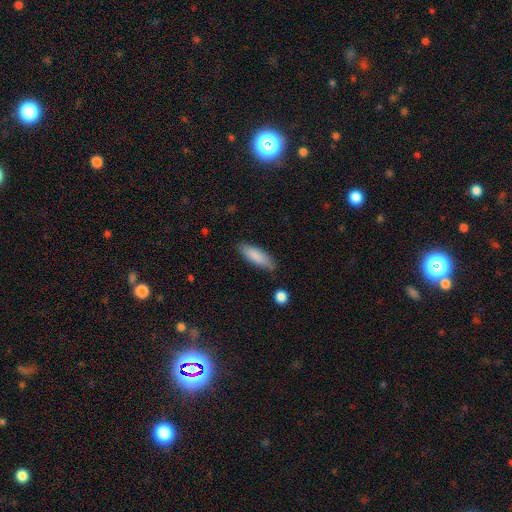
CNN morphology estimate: Smooth or featured? Predicted: smooth (p=0.85). How rounded? Predicted: in between (p=0.54). Merging? Predicted: none (p=0.78).